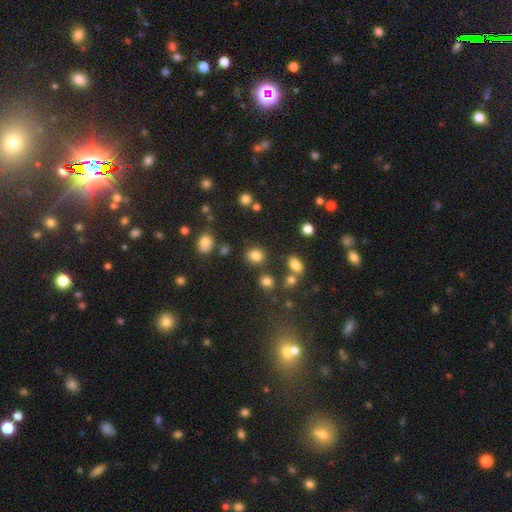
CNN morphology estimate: A smooth galaxy with no disk features (80%) that is round (70%).

Vote fractions:
- Smooth or featured? smooth: 80% / star or artifact: 13% / featured or disk: 6%
- How rounded? round: 70% / in between: 29% / cigar-shaped: 1%
- Merging? none: 78% / minor disturbance: 11% / merger: 7% / major disturbance: 4%